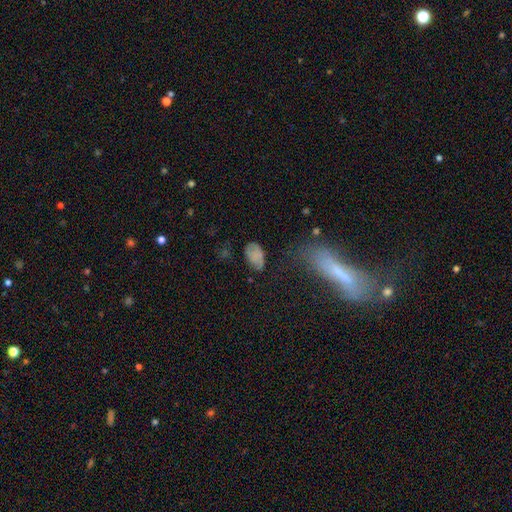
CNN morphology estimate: Overall: smooth (69%). How rounded: in between (91%). Merging: none (59%; minor disturbance 27%).